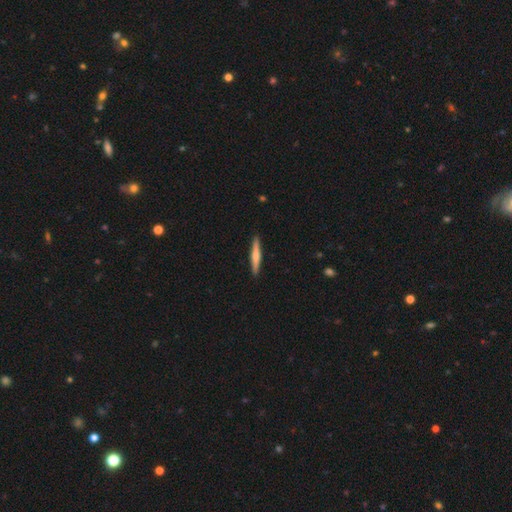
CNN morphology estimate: This appears to be a featured or disk galaxy (48%). Merging: none (92%).